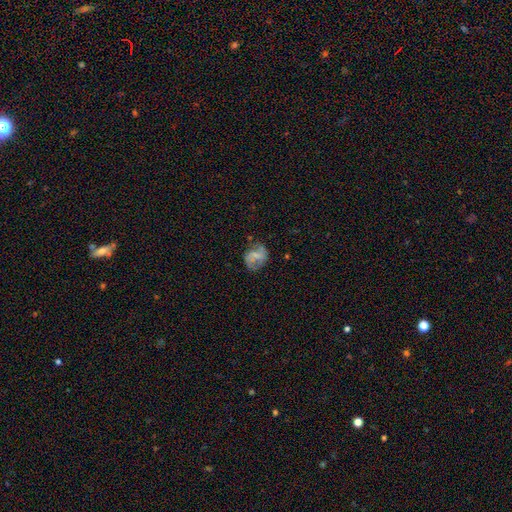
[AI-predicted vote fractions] Overall: featured or disk (55%; smooth 37%). Edge-on disk: no (98%). Bar: weak (46%; no 35%). Spiral arms: yes (80%). Bulge size: small (40%; none 34%). Merging: none (60%; minor disturbance 24%).